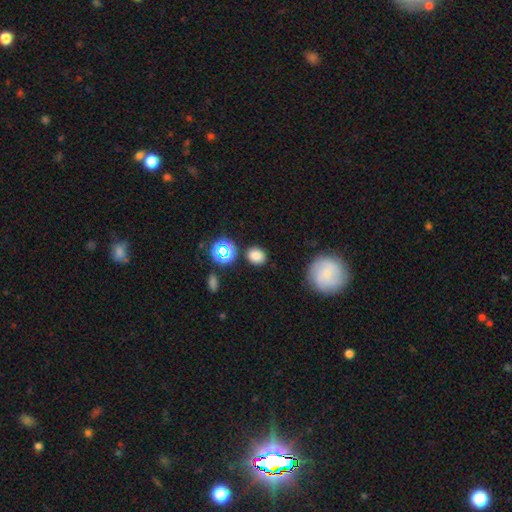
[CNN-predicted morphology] This appears to be a smooth galaxy with no disk features (77%) that is round (61%). Merging: none (83%).